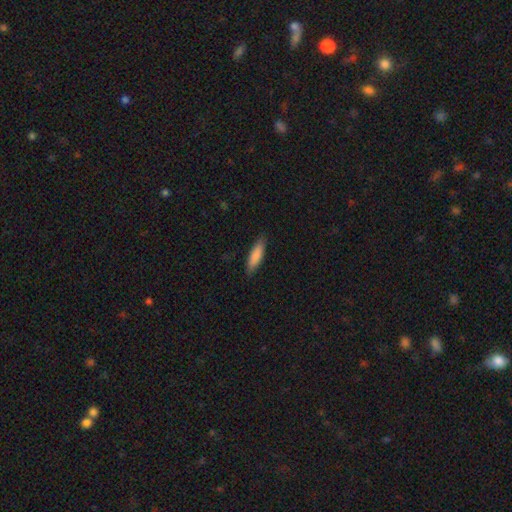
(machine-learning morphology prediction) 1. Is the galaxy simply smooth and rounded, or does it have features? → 85% smooth, 10% featured or disk, 5% star or artifact.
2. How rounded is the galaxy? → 64% cigar-shaped, 35% in between, 1% round.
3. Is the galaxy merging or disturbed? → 86% none, 11% minor disturbance, 2% major disturbance, 1% merger.